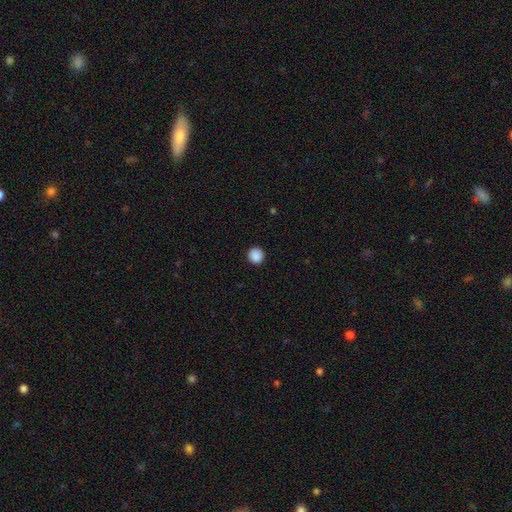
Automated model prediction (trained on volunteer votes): Overall: smooth (89%). How rounded: round (93%). Merging: none (93%).